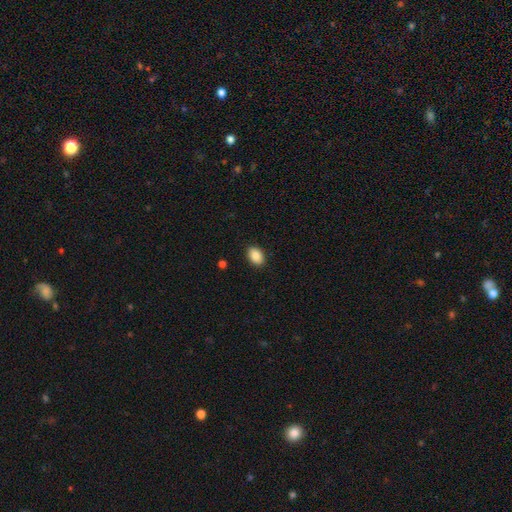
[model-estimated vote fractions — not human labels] smooth_or_featured: smooth (p=0.88) [alt: star or artifact p=0.08]
how_rounded: in between (p=0.84) [alt: round p=0.15]
merging: none (p=0.89) [alt: minor disturbance p=0.08]